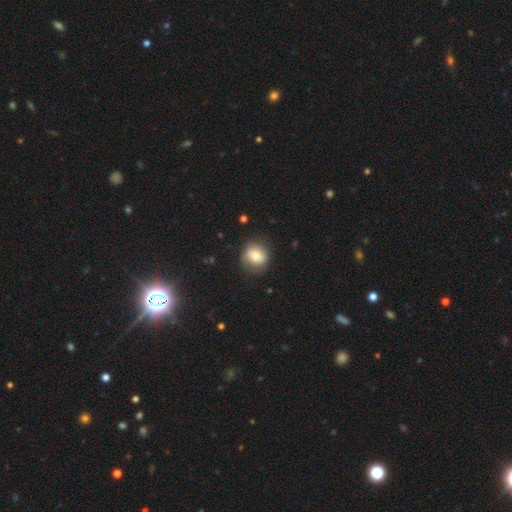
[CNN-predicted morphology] Smooth or featured?
  - smooth: 71% *
  - featured or disk: 20%
  - star or artifact: 9%
How rounded?
  - round: 81% *
  - in between: 18%
  - cigar-shaped: 1%
Merging?
  - none: 77% *
  - minor disturbance: 16%
  - major disturbance: 5%
  - merger: 2%